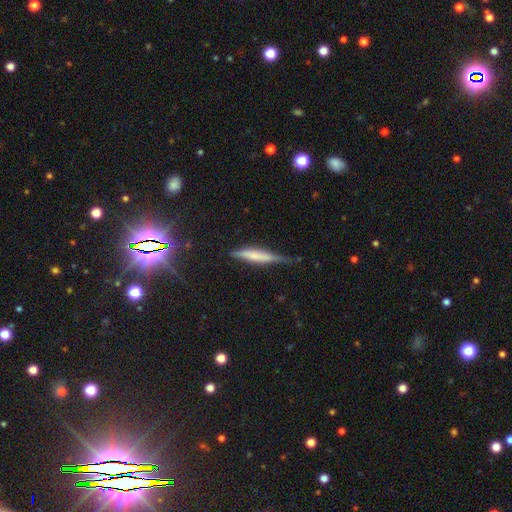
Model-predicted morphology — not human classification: Q: Smooth or featured?
A: smooth (50%); runner-up: featured or disk (43%)
Q: Merging?
A: none (59%); runner-up: minor disturbance (30%)